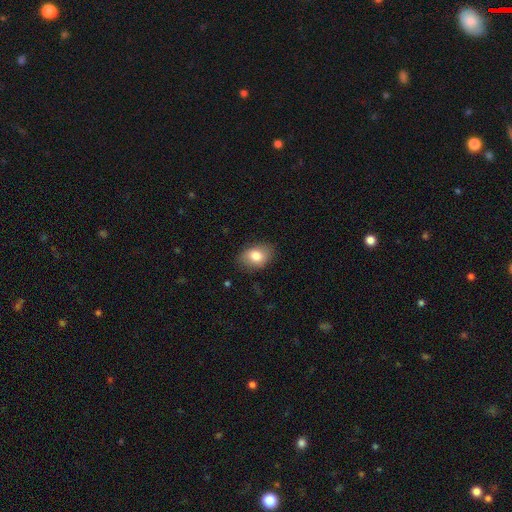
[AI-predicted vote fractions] Smooth or featured?
  - smooth: 80% *
  - featured or disk: 12%
  - star or artifact: 8%
How rounded?
  - in between: 76% *
  - round: 23%
  - cigar-shaped: 1%
Merging?
  - none: 81% *
  - minor disturbance: 15%
  - major disturbance: 3%
  - merger: 1%